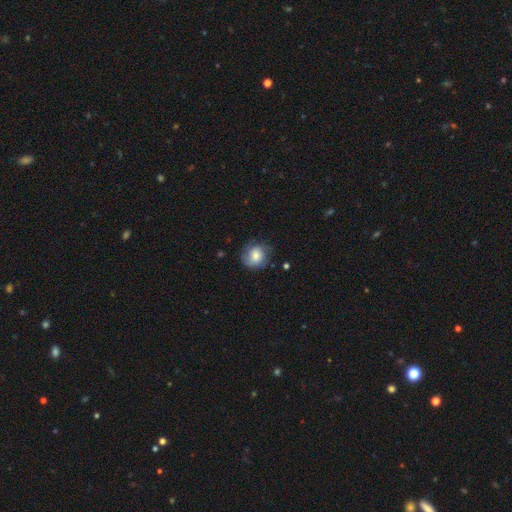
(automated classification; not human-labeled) A smooth galaxy with no disk features (64%) that is round (78%). Merging: none (65%).